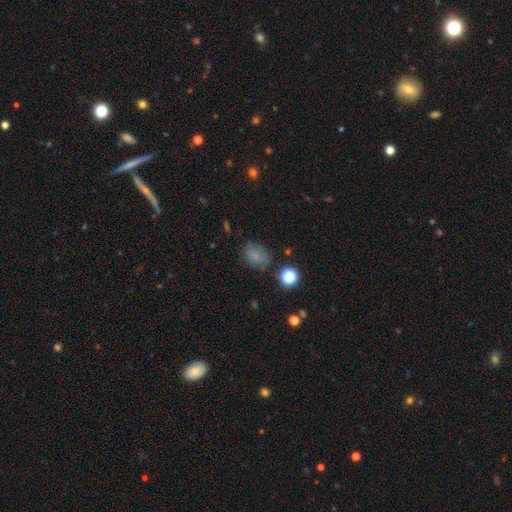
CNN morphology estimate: Q: Smooth or featured?
A: smooth (72%); runner-up: star or artifact (16%)
Q: How rounded?
A: in between (63%); runner-up: round (36%)
Q: Merging?
A: none (69%); runner-up: minor disturbance (20%)